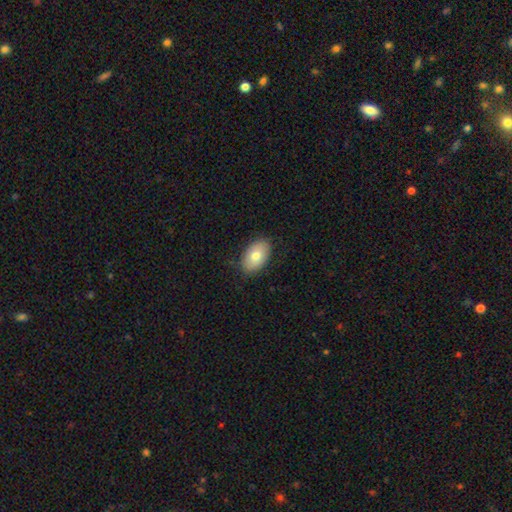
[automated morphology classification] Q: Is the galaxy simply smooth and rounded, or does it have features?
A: smooth — 75%.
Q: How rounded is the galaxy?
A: in between — 91%.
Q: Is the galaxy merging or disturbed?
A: none — 84%.